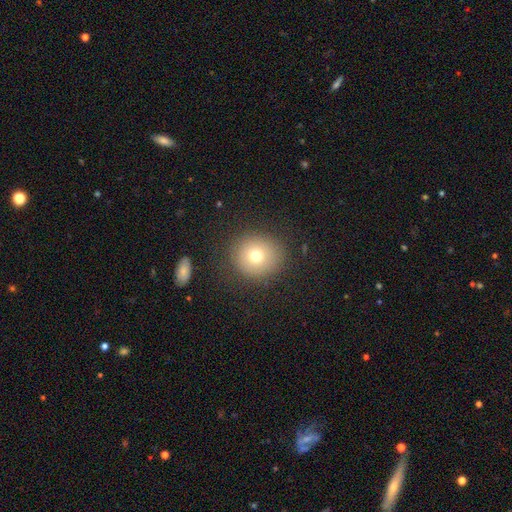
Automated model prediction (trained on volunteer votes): A smooth galaxy with no disk features (72%) that is round (89%). Merging: none (86%).